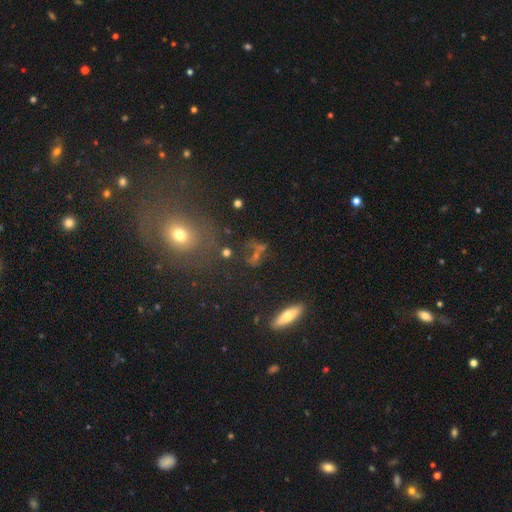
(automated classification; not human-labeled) Smooth or featured?
  - smooth: 40% *
  - star or artifact: 31%
  - featured or disk: 29%
Merging?
  - none: 62% *
  - minor disturbance: 14%
  - merger: 12%
  - major disturbance: 12%